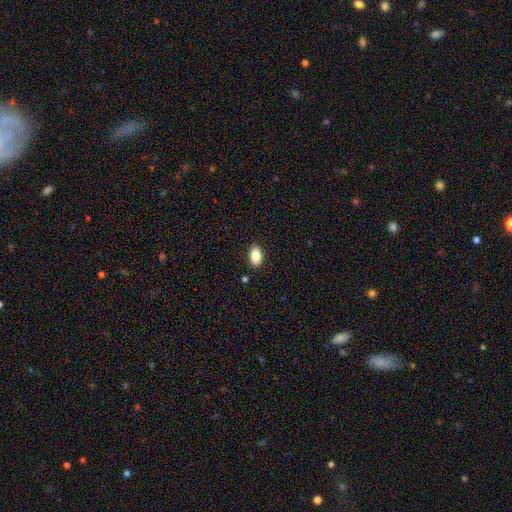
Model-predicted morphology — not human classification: This appears to be a smooth galaxy with no disk features (87%) that is in between round and cigar-shaped (92%). Merging: none (89%).